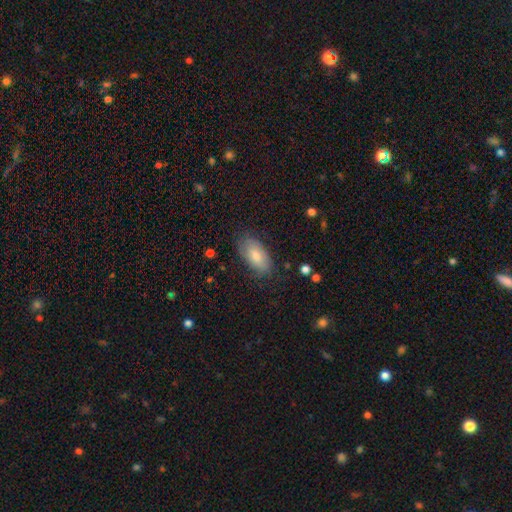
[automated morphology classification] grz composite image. It shows a smooth galaxy with no disk features (71%) that is in between round and cigar-shaped (92%). Merging: none (80%).